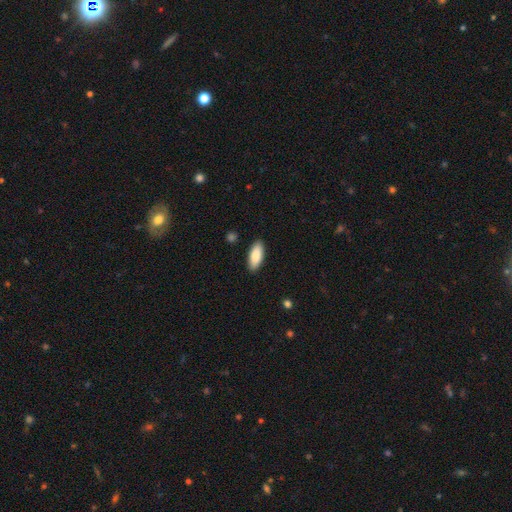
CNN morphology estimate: Q: Smooth or featured?
A: smooth (86%); runner-up: featured or disk (9%)
Q: How rounded?
A: in between (81%); runner-up: cigar-shaped (18%)
Q: Merging?
A: none (89%); runner-up: minor disturbance (8%)